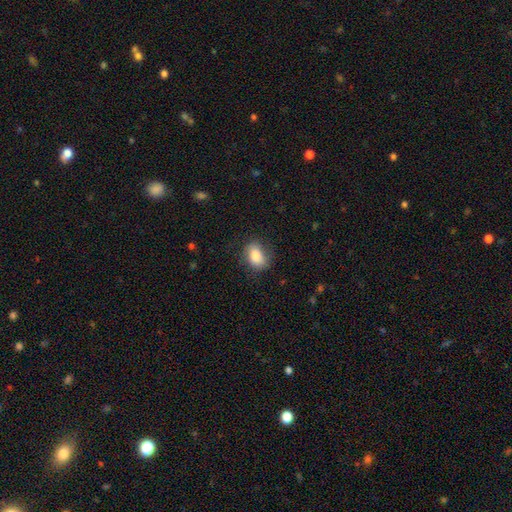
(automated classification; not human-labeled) smooth_or_featured: smooth (p=0.82) [alt: featured or disk p=0.10]
how_rounded: in between (p=0.77) [alt: round p=0.22]
merging: none (p=0.71) [alt: minor disturbance p=0.20]